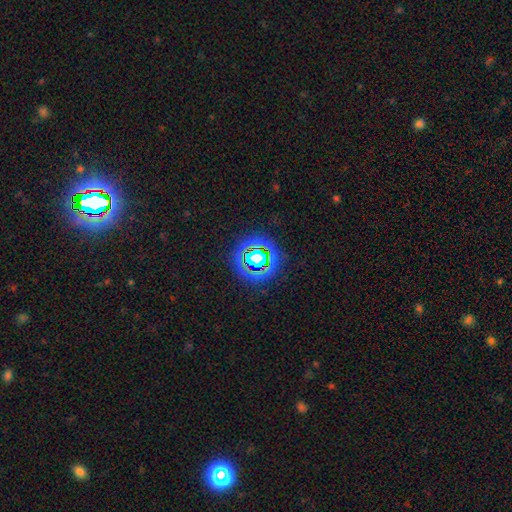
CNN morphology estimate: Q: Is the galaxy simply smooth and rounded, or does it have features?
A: star or artifact — 73%.